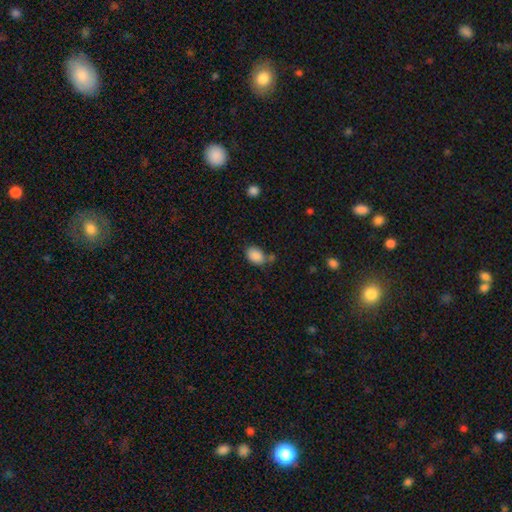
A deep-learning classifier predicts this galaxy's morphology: The model was most divided on "merging": none: 64%, minor disturbance: 19%, merger: 11%, major disturbance: 5%. More confident: smooth or featured — smooth (88%); how rounded — in between (78%).